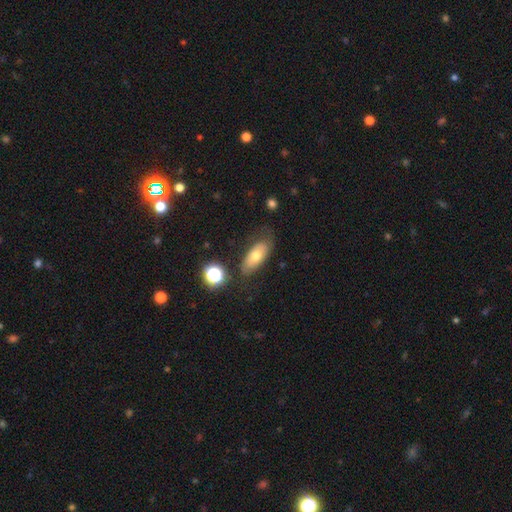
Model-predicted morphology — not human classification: The model was most divided on "smooth or featured": smooth: 62%, featured or disk: 29%, star or artifact: 9%. More confident: how rounded — in between (84%); merging — none (67%).